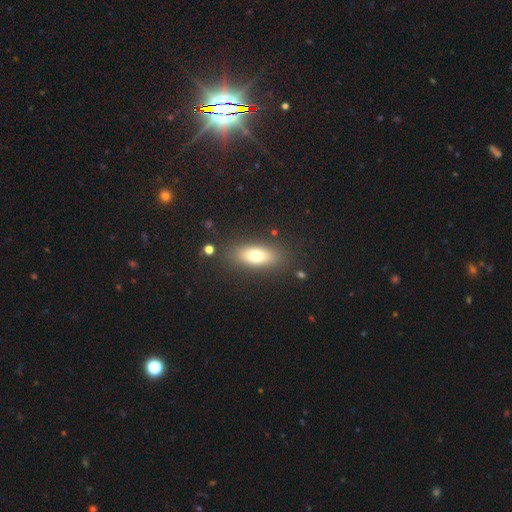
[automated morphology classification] A smooth galaxy with no disk features (71%) that is in between round and cigar-shaped (77%).

Vote fractions:
- Smooth or featured? smooth: 71% / featured or disk: 20% / star or artifact: 9%
- How rounded? in between: 77% / cigar-shaped: 17% / round: 6%
- Merging? none: 83% / minor disturbance: 11% / major disturbance: 4% / merger: 2%